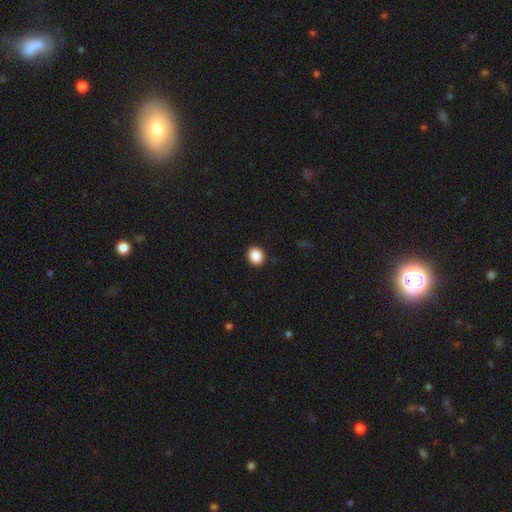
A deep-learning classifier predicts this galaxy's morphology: This is clearly a smooth galaxy (89%). How rounded: likely round (67%). Merging: clearly none (91%).